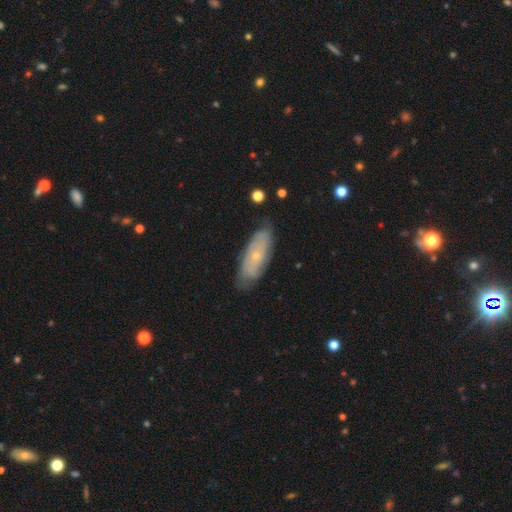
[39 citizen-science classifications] smooth_or_featured: featured or disk (p=0.56) [alt: smooth p=0.41]
disk_edge_on: no (p=0.82) [alt: yes p=0.18]
bar: no (p=0.78) [alt: weak p=0.22]
has_spiral_arms: yes (p=0.67) [alt: no p=0.33]
spiral_winding: tight (p=0.58) [alt: medium p=0.33]
spiral_arm_count: can't tell (p=0.42) [alt: 2 p=0.33]
bulge_size: small (p=0.89) [alt: moderate p=0.11]
merging: none (p=0.61) [alt: minor disturbance p=0.21]